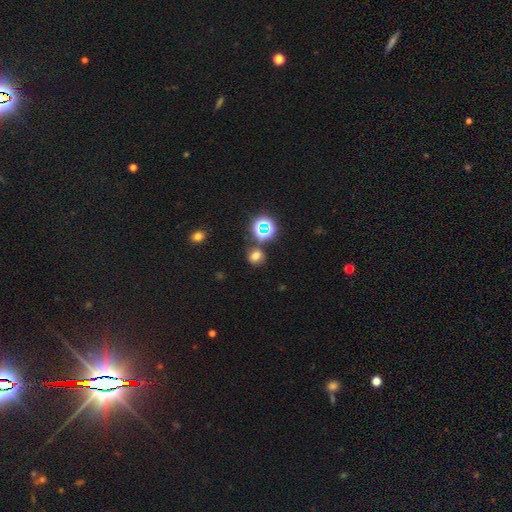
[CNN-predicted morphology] Q: Smooth or featured?
A: smooth (66%); runner-up: star or artifact (27%)
Q: How rounded?
A: round (73%); runner-up: in between (26%)
Q: Merging?
A: none (74%); runner-up: minor disturbance (12%)